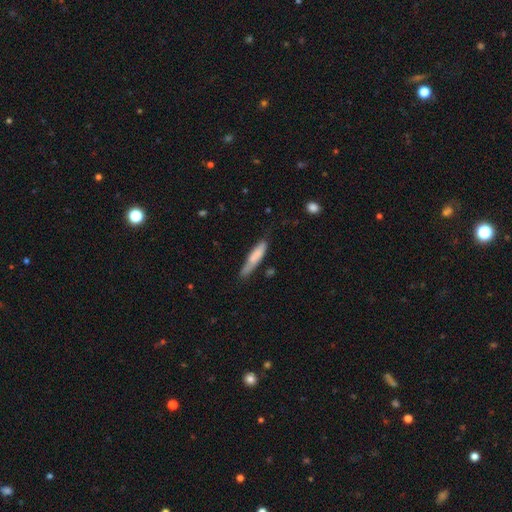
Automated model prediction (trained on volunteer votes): smooth-or-featured: smooth: 73% | featured or disk: 21% | star or artifact: 6%
  how-rounded: cigar-shaped: 83% | in between: 15% | round: 1%
  merging: none: 64% | minor disturbance: 27% | major disturbance: 6% | merger: 4%